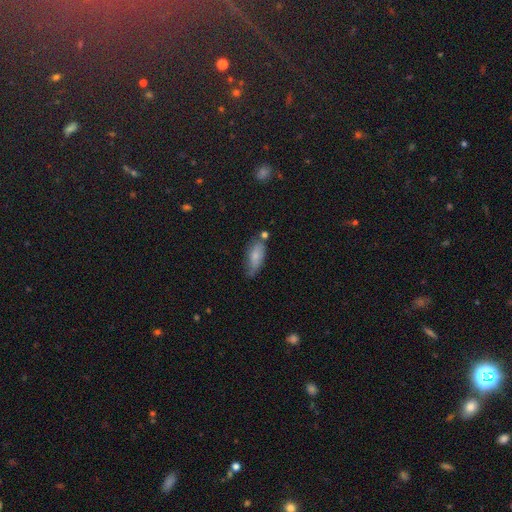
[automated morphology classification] Smooth or featured: smooth — 72% (featured or disk — 20%)
How rounded: in between — 81% (cigar-shaped — 16%)
Merging: none — 50% (minor disturbance — 32%)